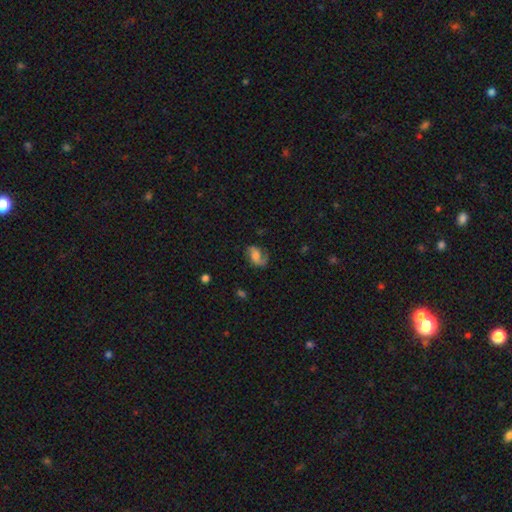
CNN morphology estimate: A featured or disk galaxy (67%) with no bar (54%), 2 (81%) loose (52%) spiral arms (94%) and a moderate central bulge (42%).

Vote fractions:
- Smooth or featured? featured or disk: 67% / smooth: 25% / star or artifact: 8%
- Edge-on disk? no: 97% / yes: 3%
- Bar? no: 54% / weak: 36% / strong: 10%
- Spiral arms? yes: 94% / no: 6%
- Spiral winding? loose: 52% / medium: 37% / tight: 12%
- Spiral arm count? 2: 81% / 1: 12% / can't tell: 4% / 3: 1% / 4: 1% / more than 4: 1%
- Bulge size? moderate: 42% / small: 28% / none: 14% / large: 13% / dominant: 2%
- Merging? none: 69% / minor disturbance: 20% / major disturbance: 10% / merger: 2%